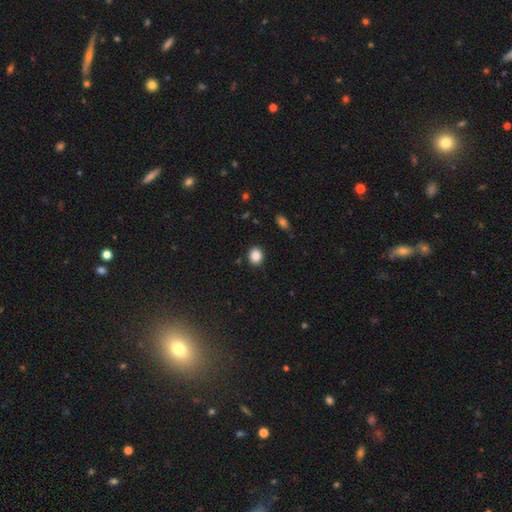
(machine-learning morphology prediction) smooth-or-featured: smooth: 87% | star or artifact: 9% | featured or disk: 3%
  how-rounded: round: 68% | in between: 31% | cigar-shaped: 1%
  merging: none: 89% | minor disturbance: 8% | major disturbance: 2% | merger: 1%